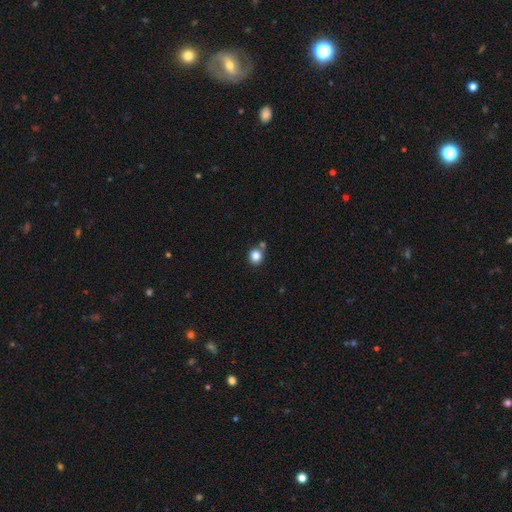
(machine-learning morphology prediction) The model was most divided on "merging": none: 69%, merger: 16%, minor disturbance: 11%, major disturbance: 3%. More confident: how rounded — round (85%); smooth or featured — smooth (83%).